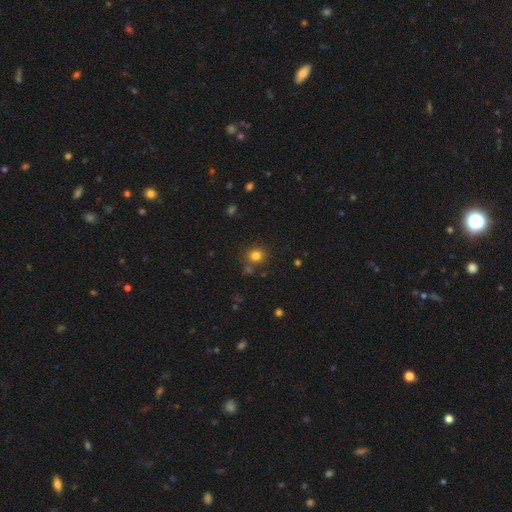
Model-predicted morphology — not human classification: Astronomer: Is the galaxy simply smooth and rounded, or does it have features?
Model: smooth — 80%.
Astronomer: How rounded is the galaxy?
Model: round — 85%.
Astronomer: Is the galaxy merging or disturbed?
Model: none — 79%.